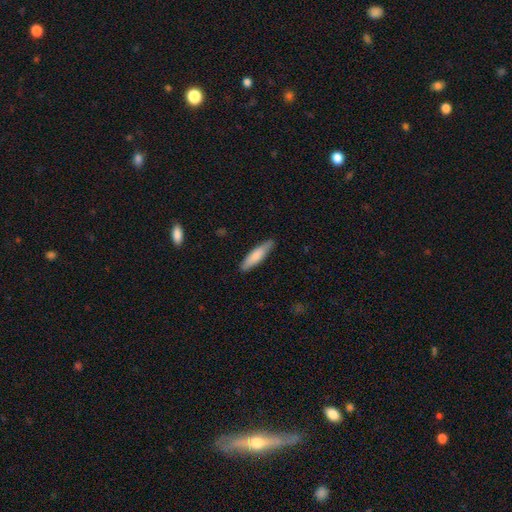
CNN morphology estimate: A smooth galaxy with no disk features (79%) that is cigar-shaped (74%).

Vote fractions:
- Smooth or featured? smooth: 79% / featured or disk: 16% / star or artifact: 5%
- How rounded? cigar-shaped: 74% / in between: 24% / round: 1%
- Merging? none: 83% / minor disturbance: 13% / major disturbance: 2% / merger: 1%